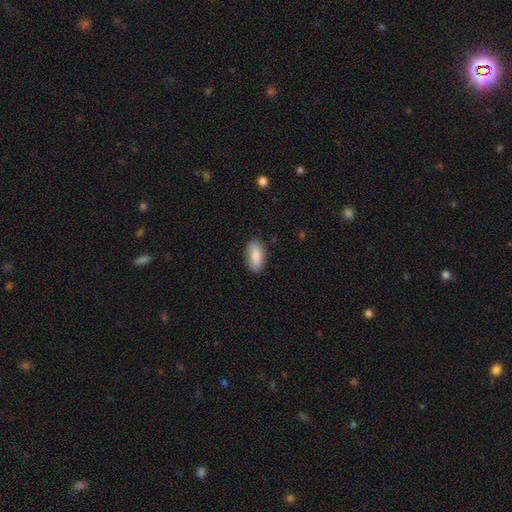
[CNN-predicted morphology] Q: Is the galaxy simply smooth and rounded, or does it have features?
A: smooth — 84%.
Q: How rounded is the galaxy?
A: in between — 86%.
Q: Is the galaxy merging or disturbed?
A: none — 82%.